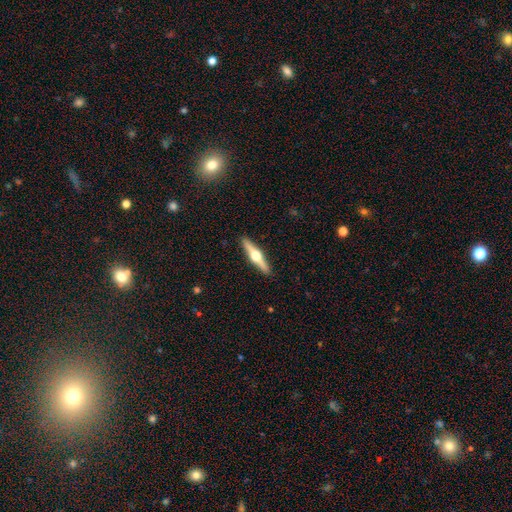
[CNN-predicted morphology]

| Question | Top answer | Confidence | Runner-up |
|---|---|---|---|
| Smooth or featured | featured or disk | 72% | smooth (23%) |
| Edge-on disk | yes | 98% | no (2%) |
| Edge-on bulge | rounded | 97% | boxy (2%) |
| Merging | none | 92% | minor disturbance (6%) |